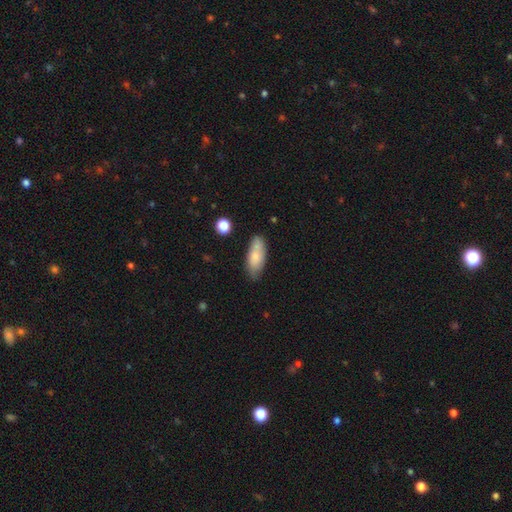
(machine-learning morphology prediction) smooth-or-featured: smooth: 76% | featured or disk: 17% | star or artifact: 7%
  how-rounded: in between: 81% | cigar-shaped: 17% | round: 2%
  merging: none: 66% | minor disturbance: 23% | merger: 6% | major disturbance: 5%